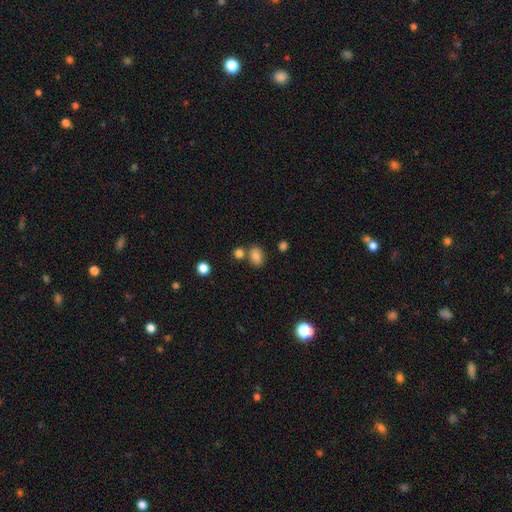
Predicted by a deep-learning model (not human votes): This is clearly a smooth galaxy (82%). How rounded: likely in between (70%). Merging: likely none (66%).